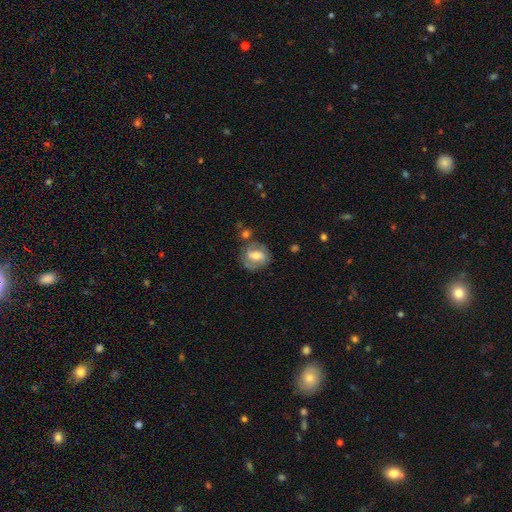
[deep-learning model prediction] Smooth or featured?
  - featured or disk: 51% *
  - smooth: 41%
  - star or artifact: 8%
Edge-on disk?
  - no: 95% *
  - yes: 5%
Merging?
  - none: 61% *
  - minor disturbance: 21%
  - major disturbance: 10%
  - merger: 8%